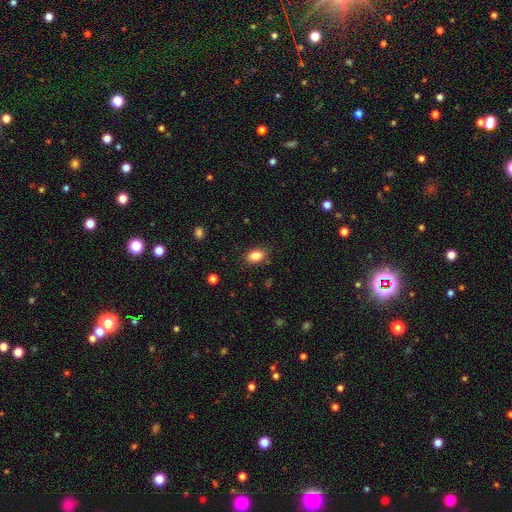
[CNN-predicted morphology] This is clearly a smooth galaxy (85%). How rounded: clearly in between (84%). Merging: clearly none (84%).